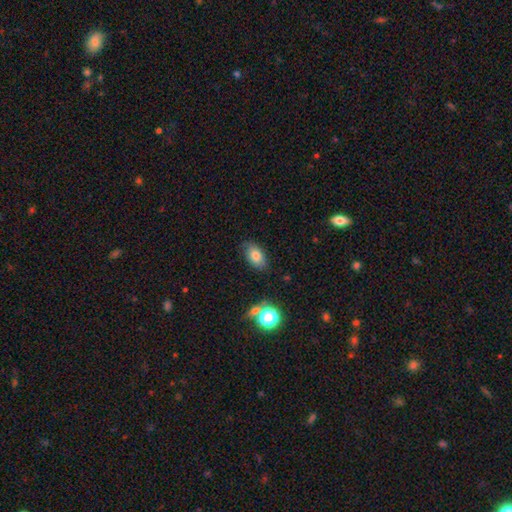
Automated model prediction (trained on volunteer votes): The model was most divided on "merging": none: 79%, minor disturbance: 15%, major disturbance: 4%, merger: 3%. More confident: how rounded — in between (89%); smooth or featured — smooth (78%).